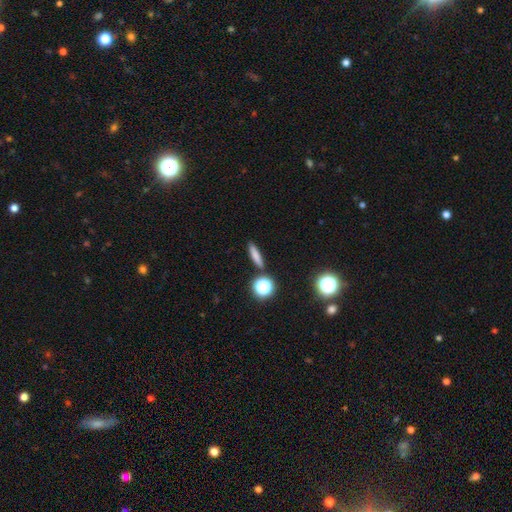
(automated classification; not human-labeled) Overall: smooth (75%). How rounded: cigar-shaped (74%). Merging: none (88%).